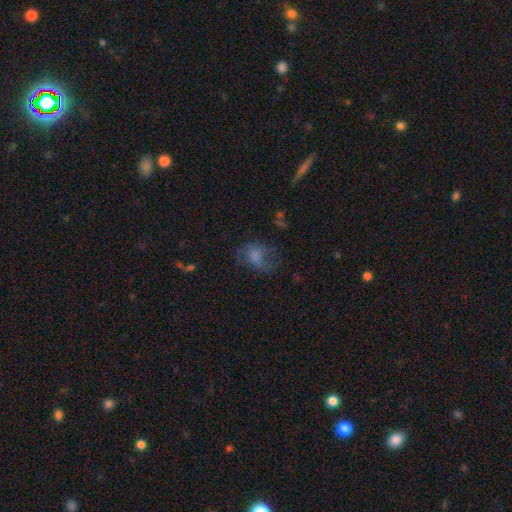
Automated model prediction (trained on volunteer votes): The model was most divided on "merging": none: 40%, major disturbance: 35%, minor disturbance: 22%, merger: 3%. More confident: how rounded — in between (63%); smooth or featured — smooth (53%).